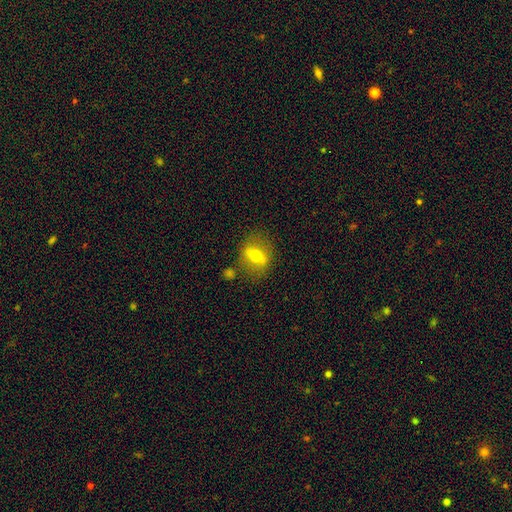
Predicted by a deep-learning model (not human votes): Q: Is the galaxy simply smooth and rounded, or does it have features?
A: smooth — 48%.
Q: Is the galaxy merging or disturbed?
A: none — 75%.